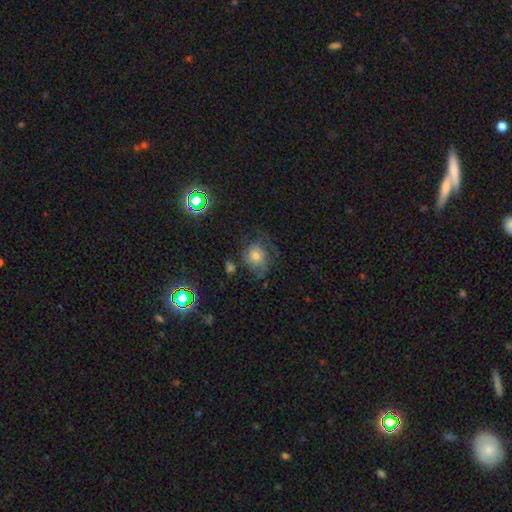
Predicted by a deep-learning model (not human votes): Smooth or featured: featured or disk — 43% (smooth — 37%)
Merging: none — 55% (minor disturbance — 24%)